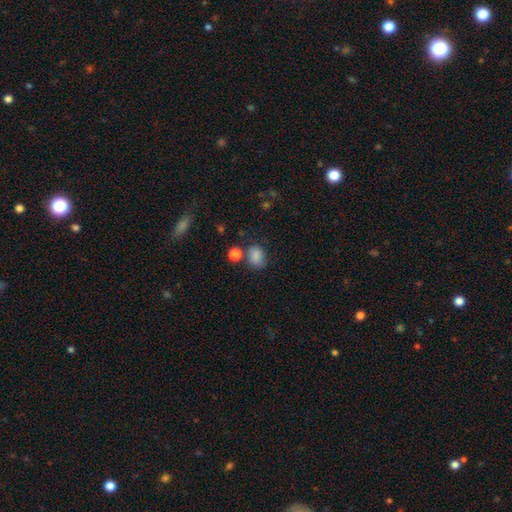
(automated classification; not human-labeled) smooth_or_featured: smooth (p=0.83) [alt: star or artifact p=0.11]
how_rounded: in between (p=0.53) [alt: round p=0.46]
merging: none (p=0.65) [alt: minor disturbance p=0.18]